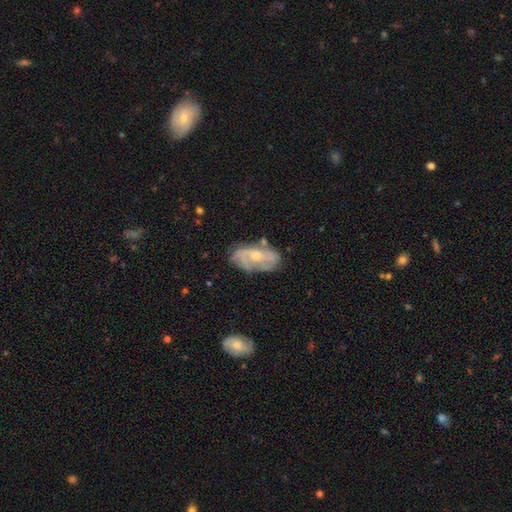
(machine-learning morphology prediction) smooth_or_featured: featured or disk (p=0.72) [alt: smooth p=0.20]
disk_edge_on: no (p=0.93) [alt: yes p=0.07]
bar: no (p=0.61) [alt: weak p=0.31]
has_spiral_arms: yes (p=0.83) [alt: no p=0.17]
spiral_winding: tight (p=0.40) [alt: medium p=0.39]
spiral_arm_count: 2 (p=0.38) [alt: can't tell p=0.34]
bulge_size: small (p=0.50) [alt: moderate p=0.46]
merging: none (p=0.68) [alt: minor disturbance p=0.22]